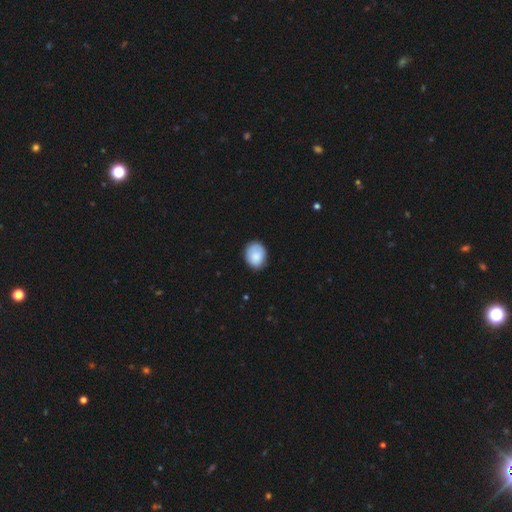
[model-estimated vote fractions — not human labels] The model was most divided on "how rounded": in between: 58%, round: 41%, cigar-shaped: 1%. More confident: smooth or featured — smooth (87%); merging — none (79%).